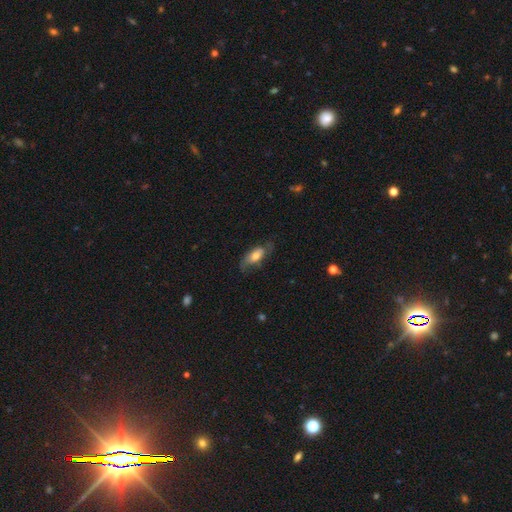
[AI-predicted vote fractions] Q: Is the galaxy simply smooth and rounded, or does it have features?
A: smooth — 57%.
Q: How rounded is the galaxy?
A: in between — 78%.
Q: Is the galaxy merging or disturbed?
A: none — 60%.